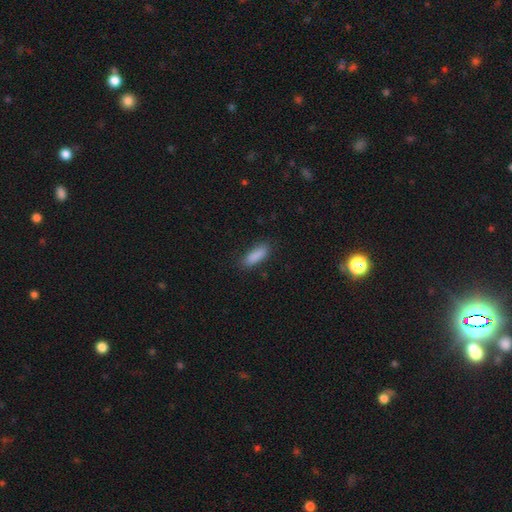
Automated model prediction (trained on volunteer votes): A smooth galaxy with no disk features (88%) that is in between round and cigar-shaped (56%).

Vote fractions:
- Smooth or featured? smooth: 88% / star or artifact: 7% / featured or disk: 5%
- How rounded? in between: 56% / cigar-shaped: 43% / round: 2%
- Merging? none: 83% / minor disturbance: 13% / major disturbance: 3% / merger: 1%